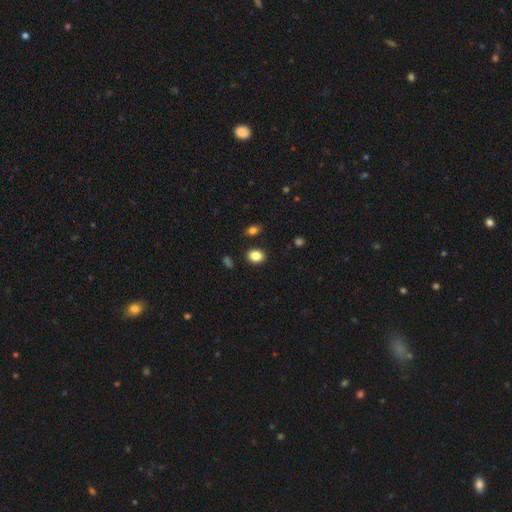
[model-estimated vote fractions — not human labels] Overall: smooth (86%). How rounded: in between (55%; round 44%). Merging: none (87%).